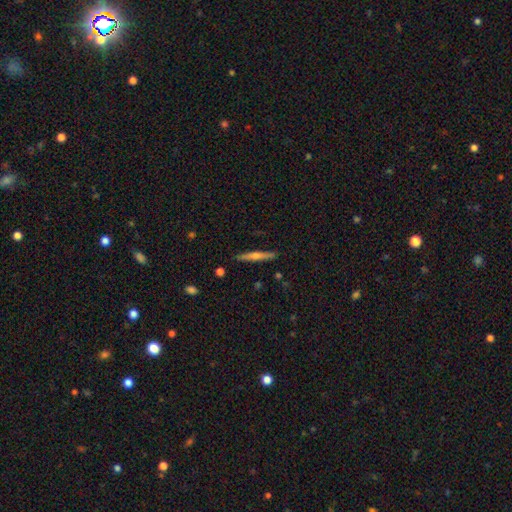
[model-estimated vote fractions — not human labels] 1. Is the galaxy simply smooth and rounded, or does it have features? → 53% featured or disk, 40% smooth, 6% star or artifact.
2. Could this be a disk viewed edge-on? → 97% yes, 3% no.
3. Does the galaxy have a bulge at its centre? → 75% rounded, 18% none, 7% boxy.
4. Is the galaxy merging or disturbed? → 89% none, 8% minor disturbance, 2% major disturbance, 2% merger.